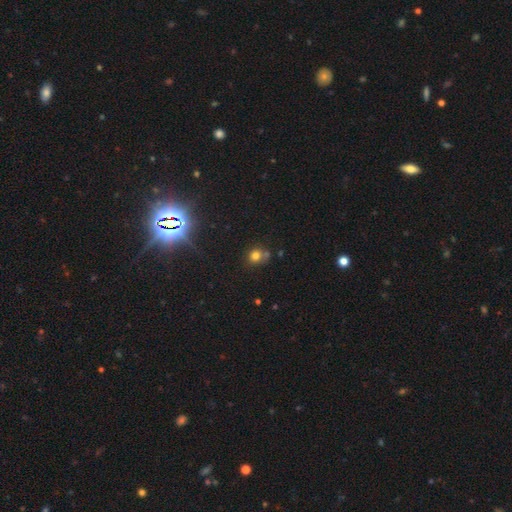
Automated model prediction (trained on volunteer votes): A smooth galaxy with no disk features (74%) that is round (80%).

Vote fractions:
- Smooth or featured? smooth: 74% / star or artifact: 16% / featured or disk: 9%
- How rounded? round: 80% / in between: 19% / cigar-shaped: 1%
- Merging? none: 60% / merger: 22% / minor disturbance: 14% / major disturbance: 5%